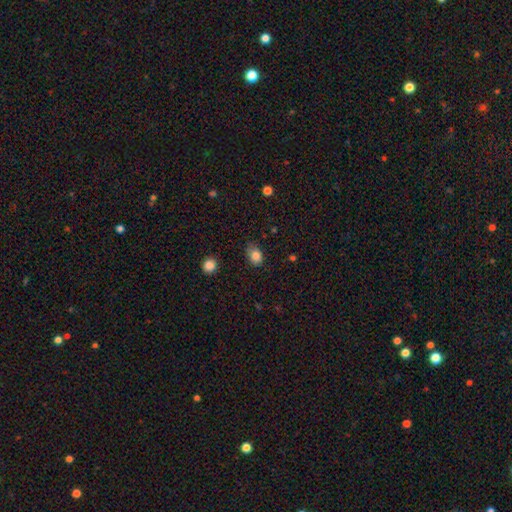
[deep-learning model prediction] Smooth or featured? smooth (84%)
How rounded? in between (69%)
Merging? none (65%)